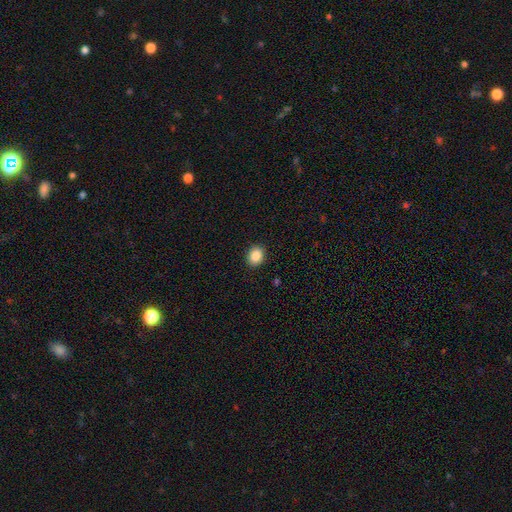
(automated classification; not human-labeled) A smooth galaxy with no disk features (88%) that is in between round and cigar-shaped (50%). Merging: none (90%).